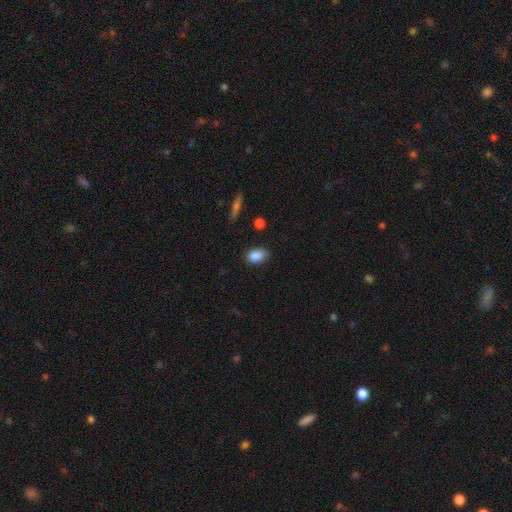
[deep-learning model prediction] Morphology: type=smooth (88%); roundness=in between (87%); merging=none (80%).